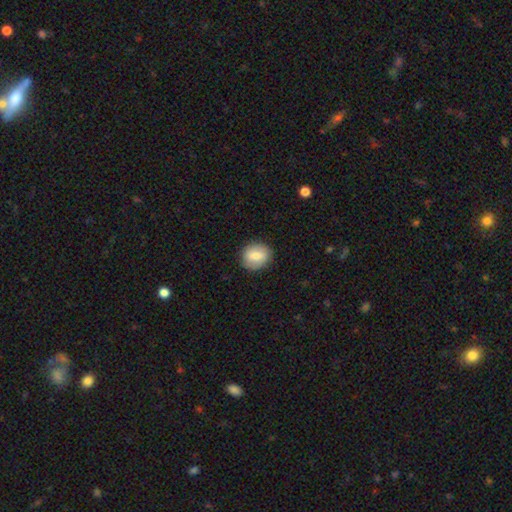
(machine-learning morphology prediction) Smooth or featured? smooth (72%)
How rounded? round (68%)
Merging? none (86%)